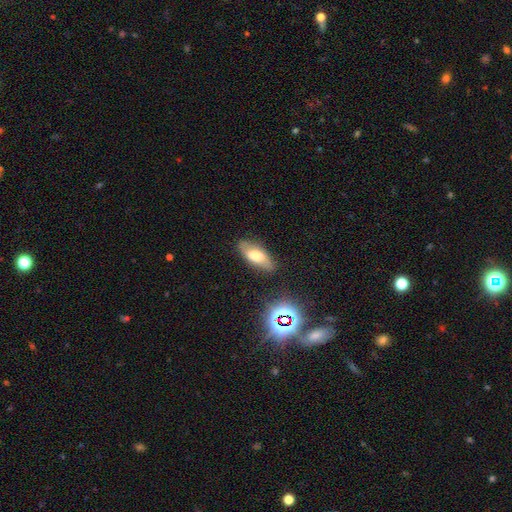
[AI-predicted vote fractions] Smooth or featured? smooth (54%)
How rounded? in between (76%)
Merging? none (76%)